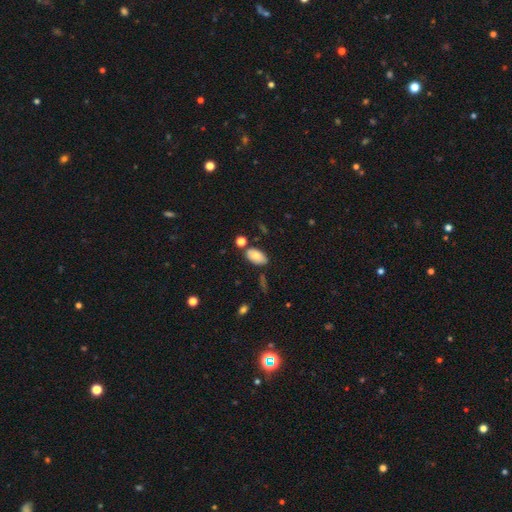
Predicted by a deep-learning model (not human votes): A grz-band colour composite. It shows a smooth galaxy with no disk features (76%) that is in between round and cigar-shaped (93%). Merging: none (74%).